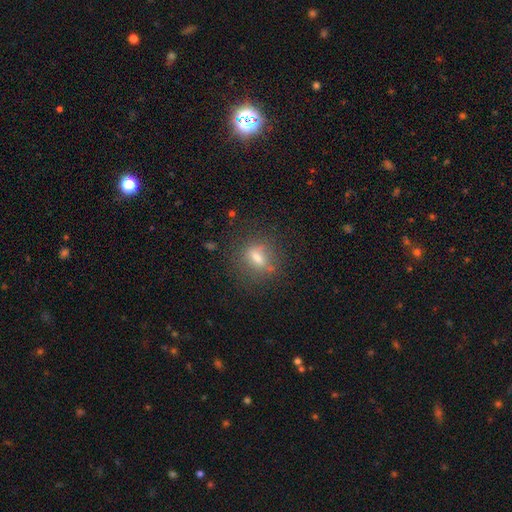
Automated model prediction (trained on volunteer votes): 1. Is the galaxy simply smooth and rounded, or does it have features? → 56% smooth, 26% featured or disk, 18% star or artifact.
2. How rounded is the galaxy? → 51% round, 41% in between, 8% cigar-shaped.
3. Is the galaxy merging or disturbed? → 77% none, 13% minor disturbance, 5% major disturbance, 4% merger.